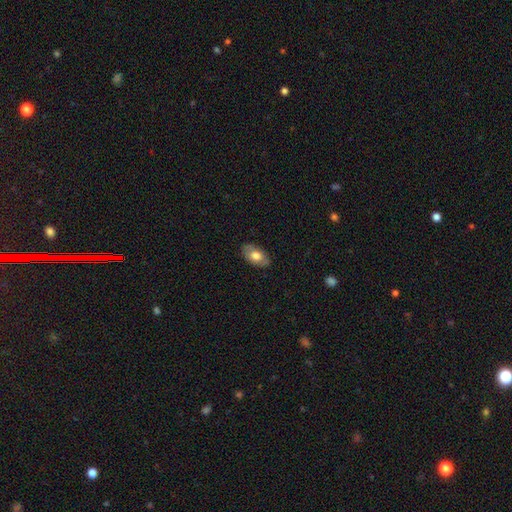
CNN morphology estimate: The model was most divided on "smooth or featured": smooth: 66%, featured or disk: 28%, star or artifact: 6%. More confident: how rounded — in between (93%); merging — none (82%).